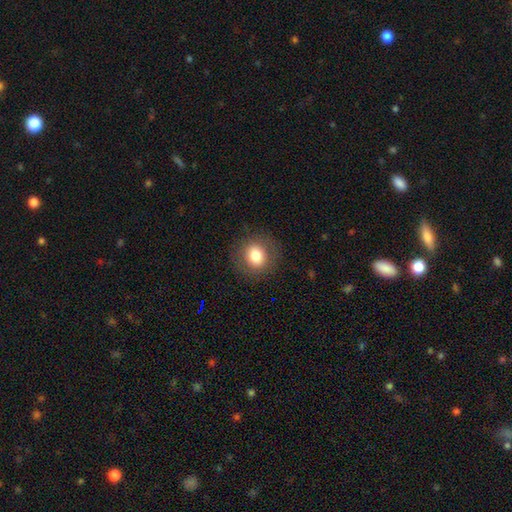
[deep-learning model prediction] Smooth or featured?
  - smooth: 80% *
  - featured or disk: 11%
  - star or artifact: 10%
How rounded?
  - round: 79% *
  - in between: 20%
  - cigar-shaped: 1%
Merging?
  - none: 87% *
  - minor disturbance: 9%
  - major disturbance: 4%
  - merger: 1%